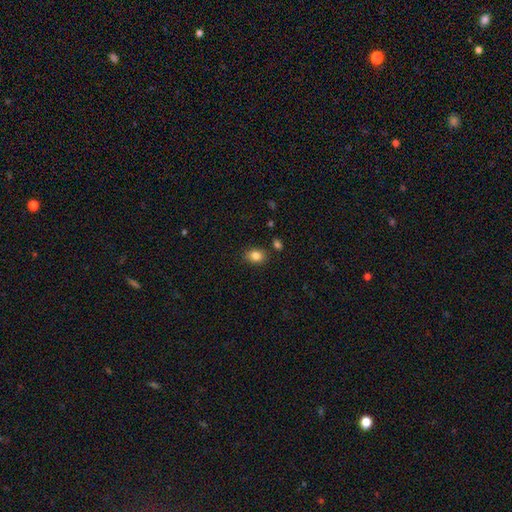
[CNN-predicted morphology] A smooth galaxy with no disk features (84%) that is in between round and cigar-shaped (66%). Merging: none (83%).